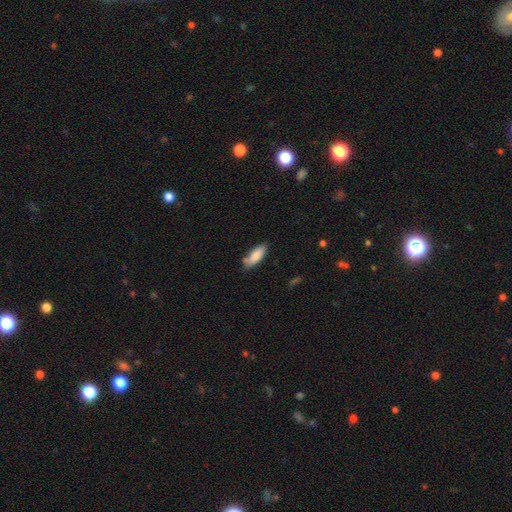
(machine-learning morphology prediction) smooth_or_featured: smooth (p=0.84) [alt: featured or disk p=0.10]
how_rounded: in between (p=0.68) [alt: cigar-shaped p=0.30]
merging: none (p=0.73) [alt: minor disturbance p=0.19]